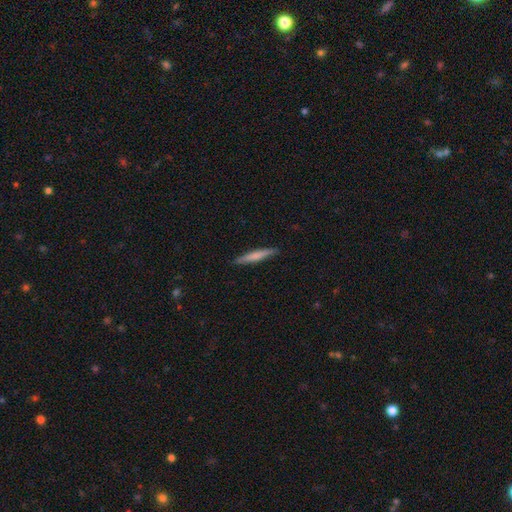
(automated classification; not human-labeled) A smooth galaxy with no disk features (66%) that is cigar-shaped (94%).

Vote fractions:
- Smooth or featured? smooth: 66% / featured or disk: 29% / star or artifact: 6%
- How rounded? cigar-shaped: 94% / in between: 4% / round: 1%
- Merging? none: 89% / minor disturbance: 8% / major disturbance: 2% / merger: 1%